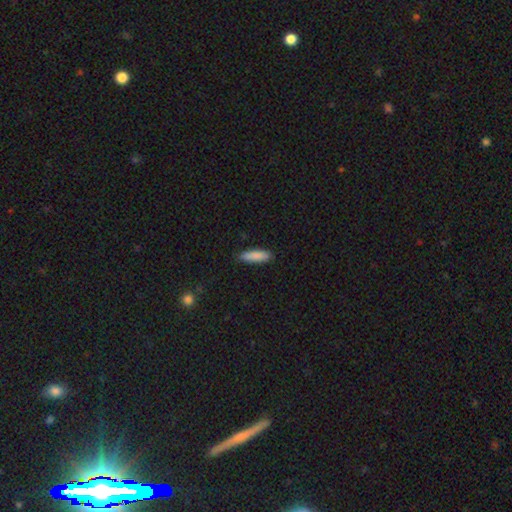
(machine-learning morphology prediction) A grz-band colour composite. It shows a smooth galaxy with no disk features (87%) that is cigar-shaped (64%). Merging: none (88%).